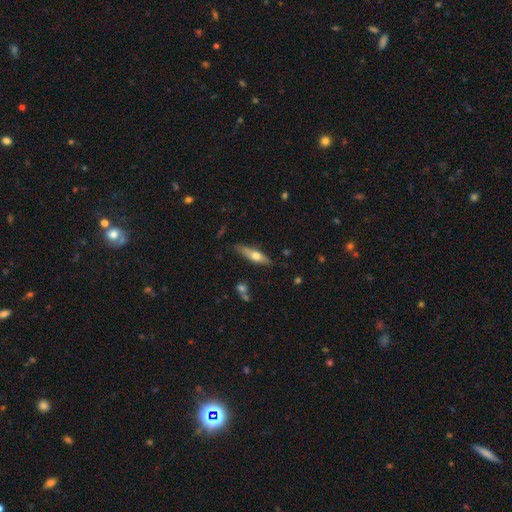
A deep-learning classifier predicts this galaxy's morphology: This appears to be a smooth galaxy with no disk features (53%) that is cigar-shaped (68%). Merging: none (75%).